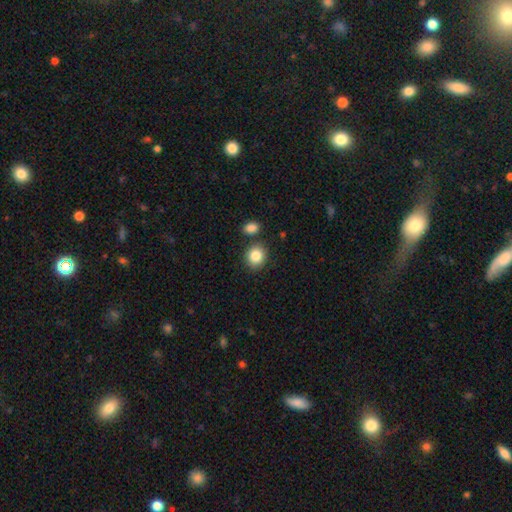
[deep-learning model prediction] This appears to be a smooth galaxy with no disk features (85%) that is round (78%). Merging: none (79%).